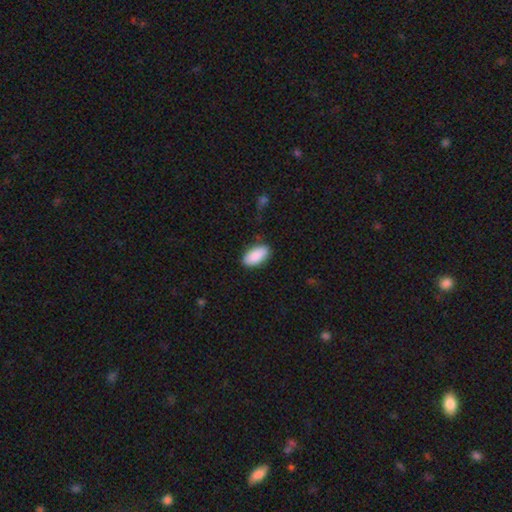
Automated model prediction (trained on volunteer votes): smooth 89%, star or artifact 6%, featured or disk 5%. Down the decision tree: how rounded — in between (93%); merging — none (85%).